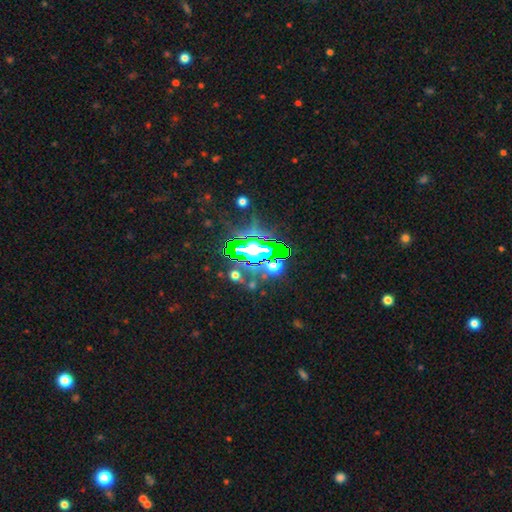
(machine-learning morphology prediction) The model was most divided on "smooth or featured": star or artifact: 82%, smooth: 10%, featured or disk: 8%.